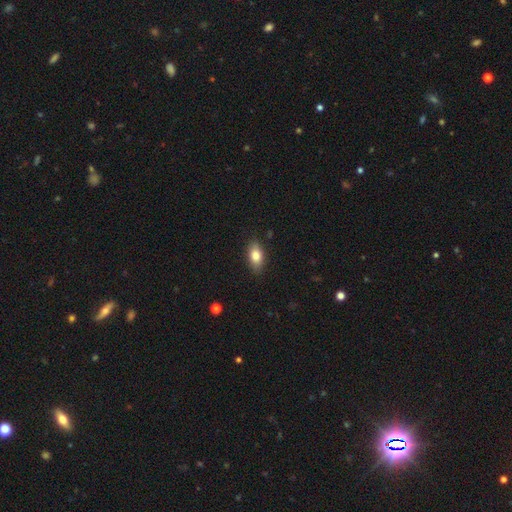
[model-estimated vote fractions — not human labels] Smooth or featured? smooth (81%)
How rounded? in between (87%)
Merging? none (86%)